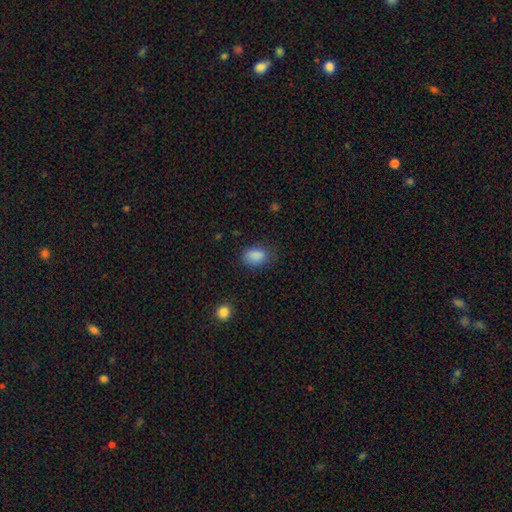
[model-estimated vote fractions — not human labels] Overall: smooth (87%). How rounded: in between (81%). Merging: none (72%).